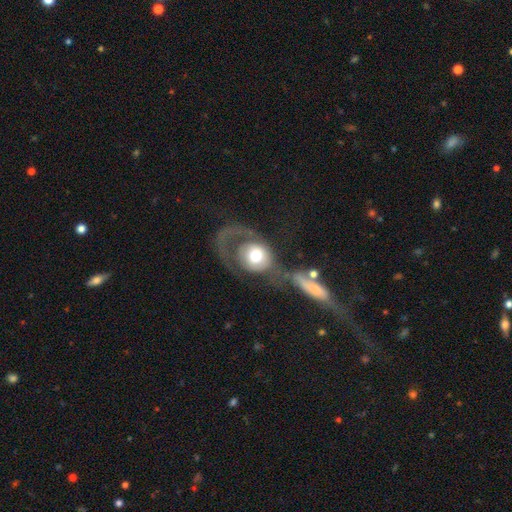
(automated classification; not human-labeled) Q: Smooth or featured?
A: smooth (49%); runner-up: featured or disk (45%)
Q: Merging?
A: major disturbance (44%); runner-up: merger (23%)